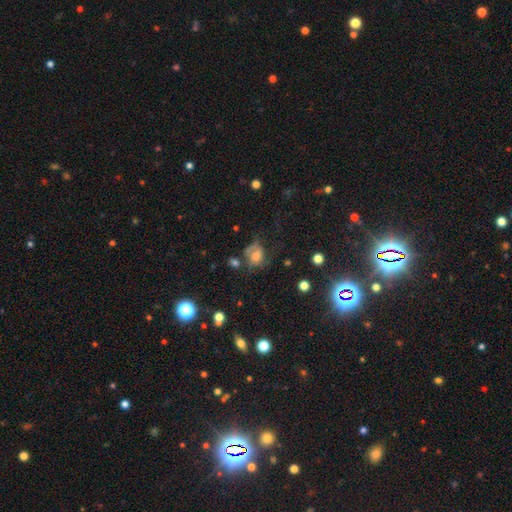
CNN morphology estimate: Smooth or featured?
  - smooth: 44% *
  - featured or disk: 39%
  - star or artifact: 17%
Merging?
  - none: 38% *
  - major disturbance: 30%
  - minor disturbance: 23%
  - merger: 9%